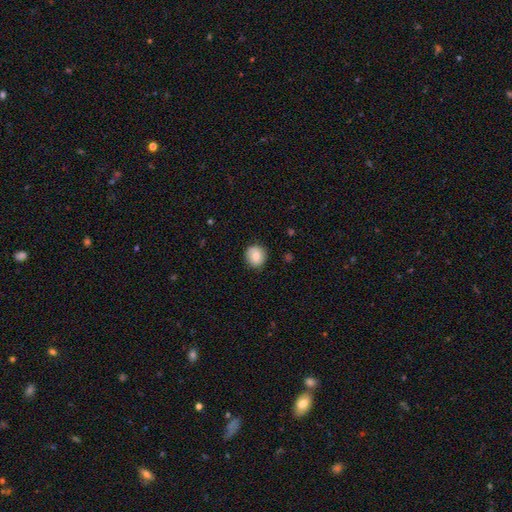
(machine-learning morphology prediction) smooth_or_featured: smooth (p=0.78) [alt: featured or disk p=0.14]
how_rounded: round (p=0.89) [alt: in between p=0.10]
merging: none (p=0.86) [alt: minor disturbance p=0.10]